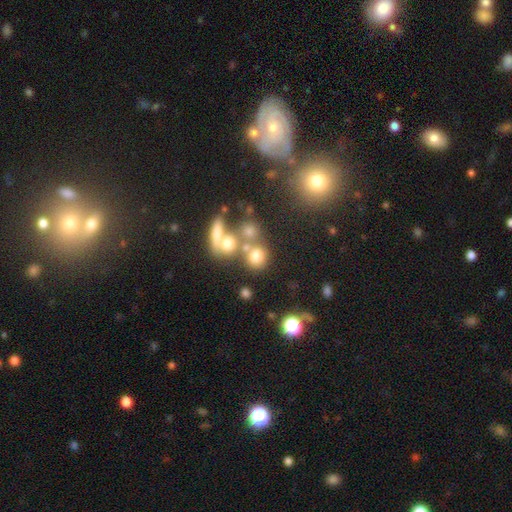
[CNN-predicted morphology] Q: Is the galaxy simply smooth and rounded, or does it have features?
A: smooth — 68%.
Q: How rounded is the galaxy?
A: round — 74%.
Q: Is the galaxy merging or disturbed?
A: none — 45%.